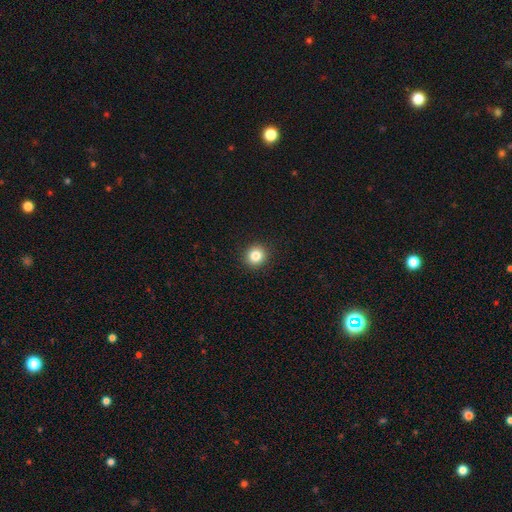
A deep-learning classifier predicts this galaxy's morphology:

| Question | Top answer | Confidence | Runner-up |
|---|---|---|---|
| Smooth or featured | smooth | 84% | star or artifact (11%) |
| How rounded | round | 90% | in between (9%) |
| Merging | none | 93% | minor disturbance (5%) |